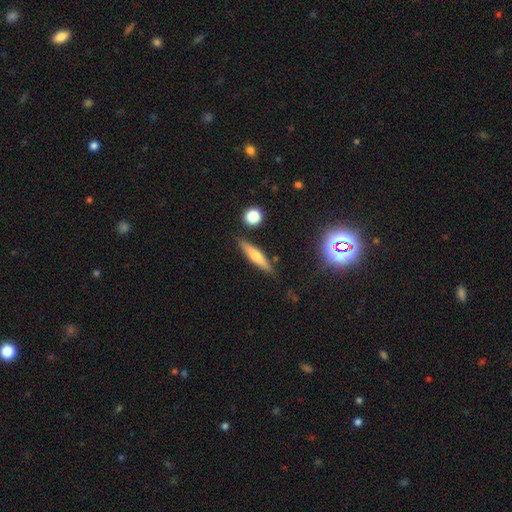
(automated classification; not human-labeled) smooth_or_featured: smooth (p=0.49) [alt: featured or disk p=0.43]
merging: none (p=0.84) [alt: minor disturbance p=0.10]